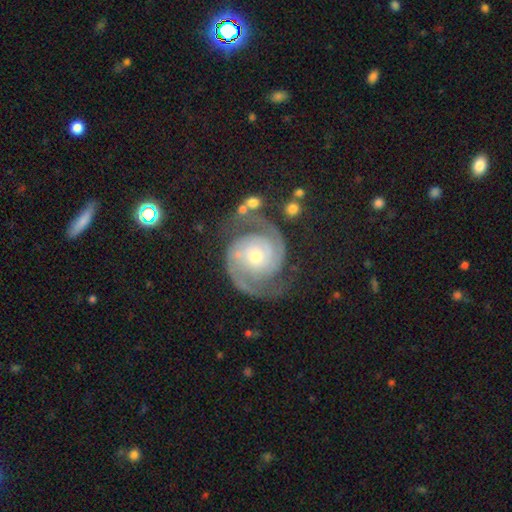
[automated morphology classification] Q: Smooth or featured?
A: featured or disk (92%); runner-up: star or artifact (5%)
Q: Edge-on disk?
A: no (98%); runner-up: yes (2%)
Q: Bar?
A: no (73%); runner-up: weak (20%)
Q: Spiral arms?
A: yes (98%); runner-up: no (2%)
Q: Spiral winding?
A: tight (51%); runner-up: medium (41%)
Q: Spiral arm count?
A: 2 (92%); runner-up: 3 (2%)
Q: Bulge size?
A: small (55%); runner-up: moderate (40%)
Q: Merging?
A: none (74%); runner-up: minor disturbance (15%)